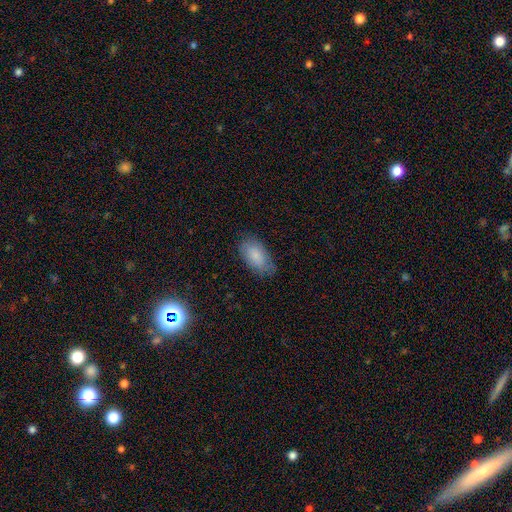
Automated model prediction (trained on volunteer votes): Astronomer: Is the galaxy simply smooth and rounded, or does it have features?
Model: smooth — 83%.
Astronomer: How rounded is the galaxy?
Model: in between — 93%.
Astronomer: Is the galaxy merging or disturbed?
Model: none — 75%.